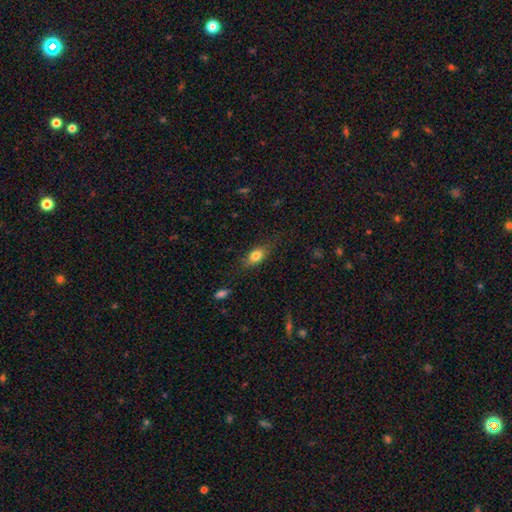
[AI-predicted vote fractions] Smooth or featured?
  - smooth: 80% *
  - featured or disk: 12%
  - star or artifact: 9%
How rounded?
  - in between: 80% *
  - round: 11%
  - cigar-shaped: 8%
Merging?
  - none: 75% *
  - minor disturbance: 18%
  - major disturbance: 5%
  - merger: 1%